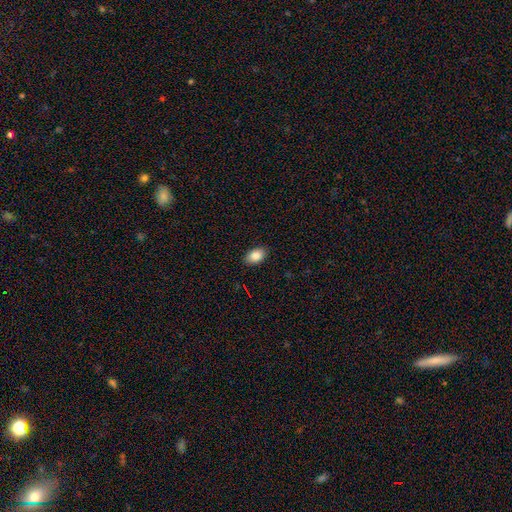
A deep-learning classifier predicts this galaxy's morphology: Smooth or featured? smooth (87%)
How rounded? in between (88%)
Merging? none (88%)